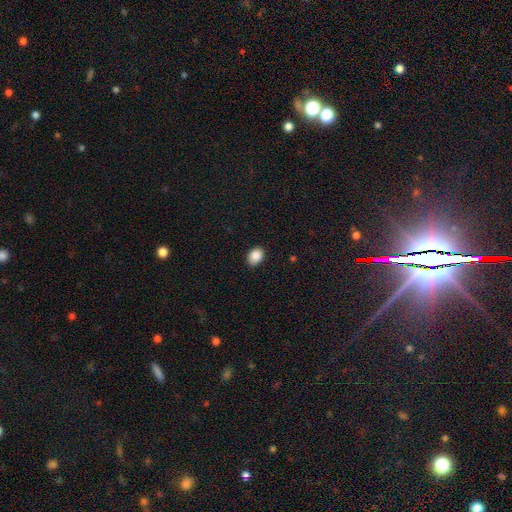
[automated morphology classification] Smooth or featured? Predicted: smooth (p=0.88). How rounded? Predicted: in between (p=0.74). Merging? Predicted: none (p=0.86).